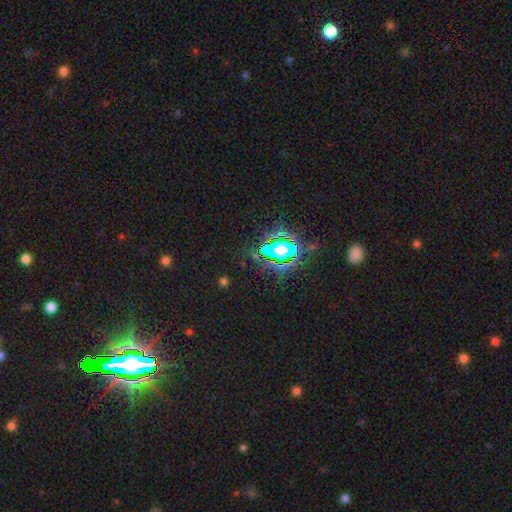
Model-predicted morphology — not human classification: Overall: star or artifact (77%).